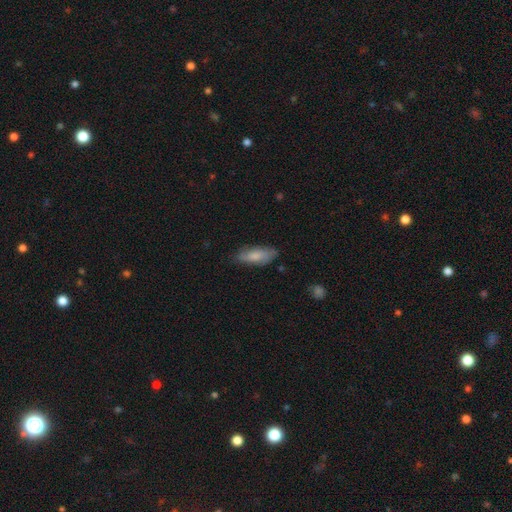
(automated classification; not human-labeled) Morphology: type=smooth (72%); roundness=in between (72%); merging=none (74%).